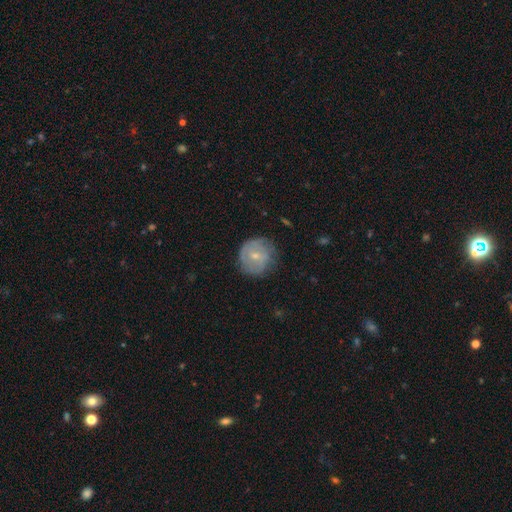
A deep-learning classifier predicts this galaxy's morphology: smooth 48%, featured or disk 44%, star or artifact 7%. Down the decision tree: merging — none (69%).